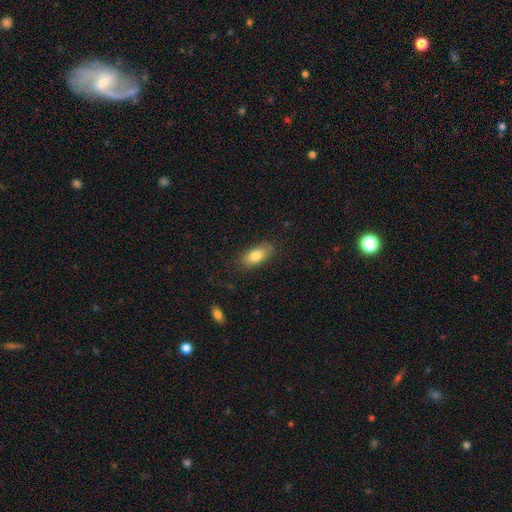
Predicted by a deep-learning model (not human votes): Overall: smooth (81%). How rounded: in between (88%). Merging: none (80%).